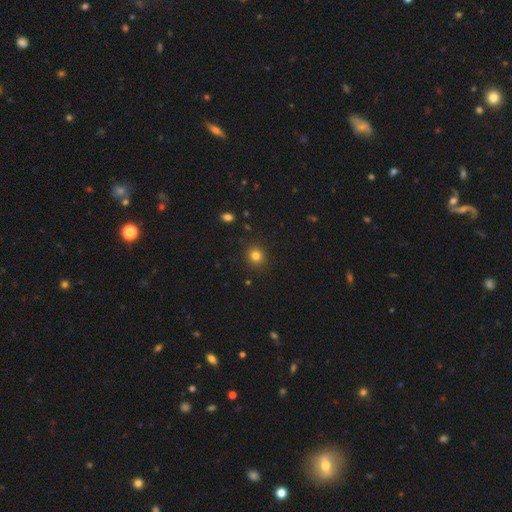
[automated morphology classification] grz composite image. It shows a smooth galaxy with no disk features (81%) that is round (89%). Merging: none (91%).